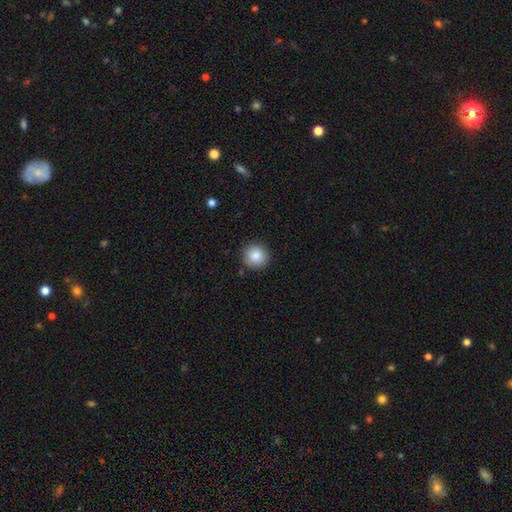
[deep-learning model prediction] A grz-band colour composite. It shows a smooth galaxy with no disk features (85%) that is round (94%). Merging: none (89%).